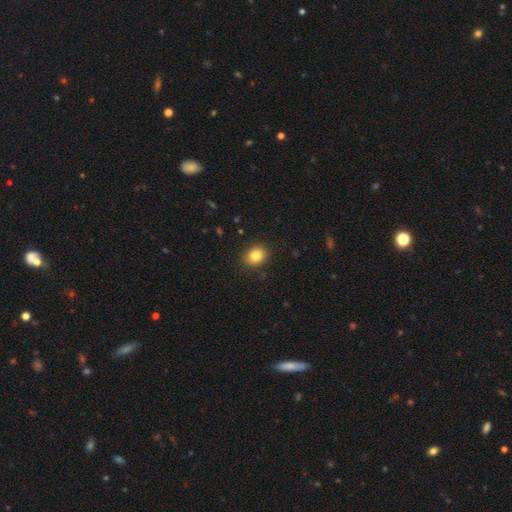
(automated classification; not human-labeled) Morphology: type=smooth (82%); roundness=round (52%); merging=none (88%).